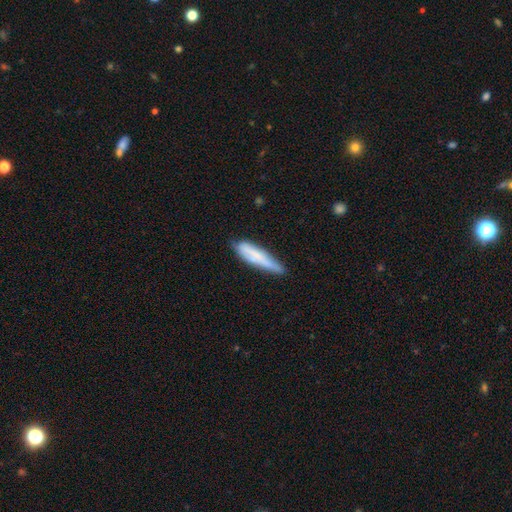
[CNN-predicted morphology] Q: Smooth or featured?
A: smooth (68%); runner-up: featured or disk (25%)
Q: How rounded?
A: cigar-shaped (79%); runner-up: in between (20%)
Q: Merging?
A: none (56%); runner-up: minor disturbance (33%)